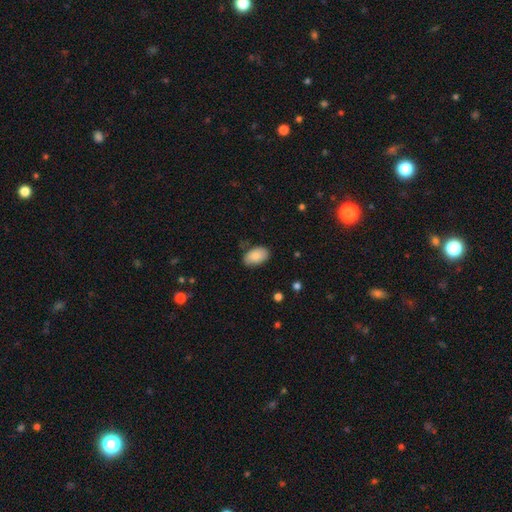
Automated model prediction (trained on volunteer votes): smooth 86%, featured or disk 8%, star or artifact 7%. Down the decision tree: how rounded — in between (93%); merging — none (80%).